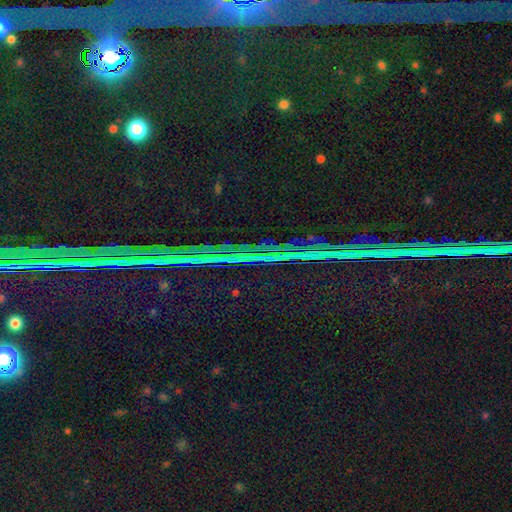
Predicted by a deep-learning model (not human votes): smooth-or-featured: star or artifact: 89% | featured or disk: 6% | smooth: 5%